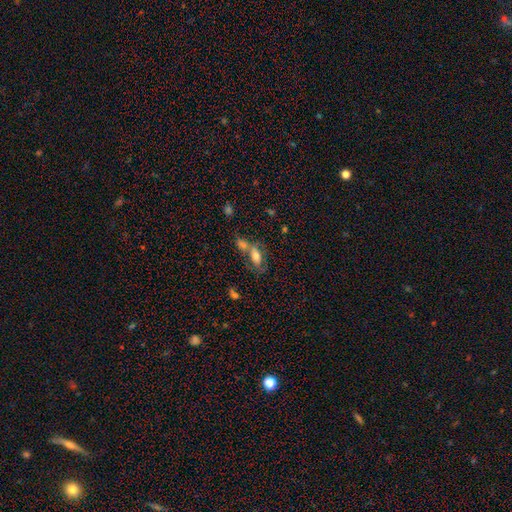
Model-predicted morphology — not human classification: Q: Smooth or featured?
A: smooth (64%); runner-up: featured or disk (26%)
Q: How rounded?
A: in between (84%); runner-up: cigar-shaped (9%)
Q: Merging?
A: merger (47%); runner-up: none (33%)